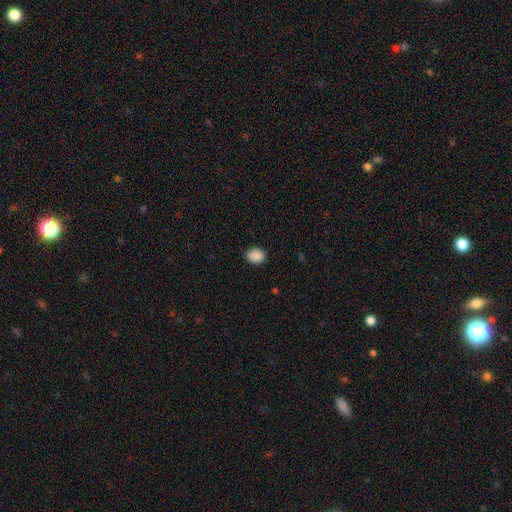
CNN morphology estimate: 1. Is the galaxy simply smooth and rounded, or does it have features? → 90% smooth, 8% star or artifact, 2% featured or disk.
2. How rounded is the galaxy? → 67% in between, 32% round, 1% cigar-shaped.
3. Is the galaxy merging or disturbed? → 90% none, 7% minor disturbance, 2% major disturbance, 1% merger.